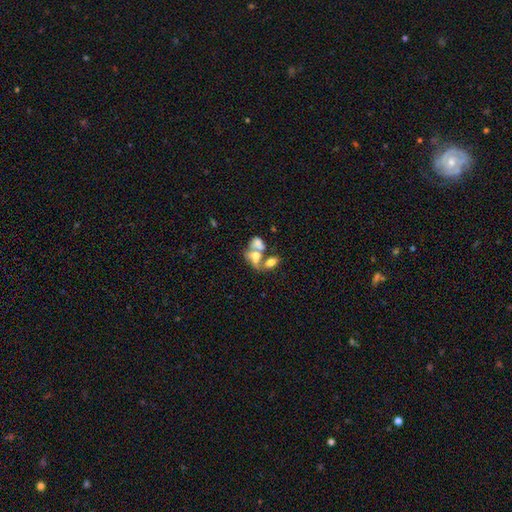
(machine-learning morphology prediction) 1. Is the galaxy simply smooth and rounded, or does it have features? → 53% smooth, 35% featured or disk, 12% star or artifact.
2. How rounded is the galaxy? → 82% in between, 15% round, 3% cigar-shaped.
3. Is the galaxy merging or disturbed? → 64% merger, 18% none, 10% major disturbance, 8% minor disturbance.